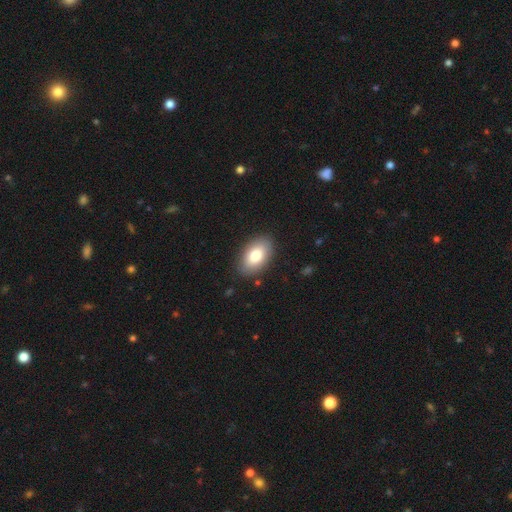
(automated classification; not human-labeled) This appears to be a smooth galaxy with no disk features (80%) that is in between round and cigar-shaped (93%). Merging: none (87%).